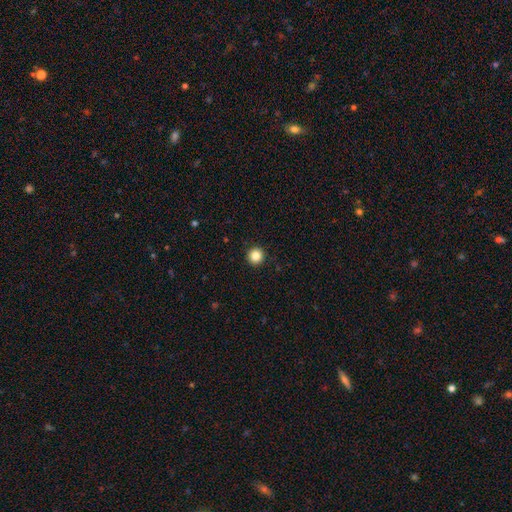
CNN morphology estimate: Overall: smooth (85%). How rounded: round (96%). Merging: none (94%).